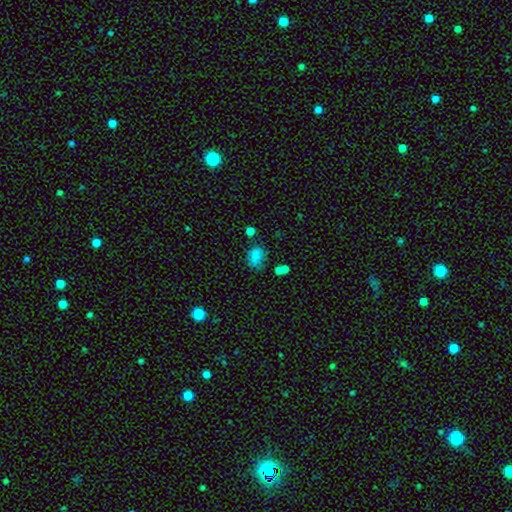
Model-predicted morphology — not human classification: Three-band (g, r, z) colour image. It shows a smooth galaxy with no disk features (79%) that is in between round and cigar-shaped (72%). Merging: none (60%).